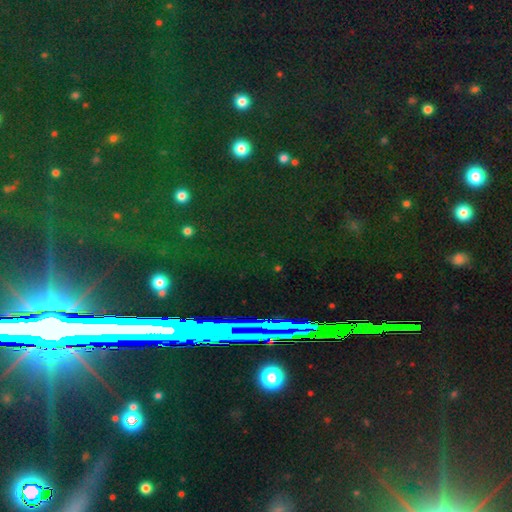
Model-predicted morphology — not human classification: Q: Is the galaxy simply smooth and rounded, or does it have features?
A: star or artifact — 78%.